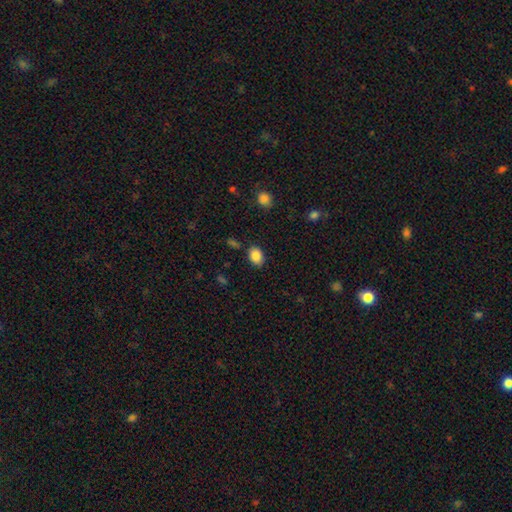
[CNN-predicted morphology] Overall: smooth (86%). How rounded: in between (73%). Merging: none (83%).